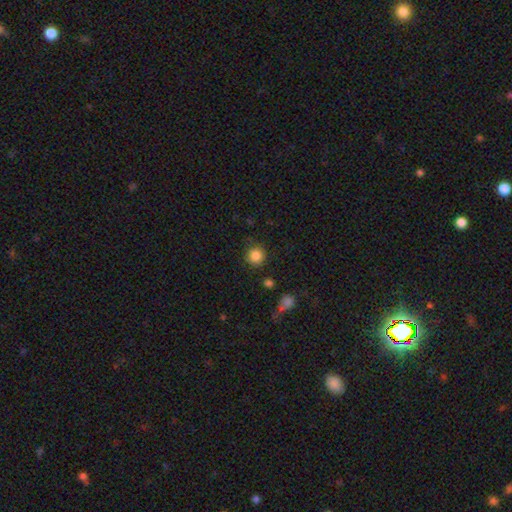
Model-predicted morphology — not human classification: Q: Smooth or featured?
A: smooth (86%); runner-up: star or artifact (10%)
Q: How rounded?
A: round (94%); runner-up: in between (6%)
Q: Merging?
A: none (87%); runner-up: minor disturbance (8%)